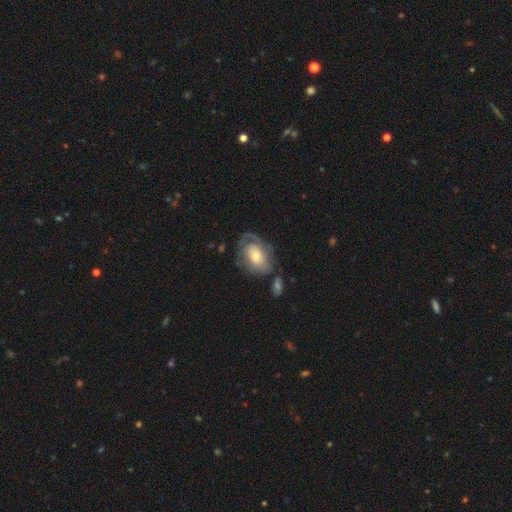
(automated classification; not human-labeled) A featured or disk galaxy (59%) with no bar (73%), spiral arms (73%) and a moderate central bulge (56%).

Vote fractions:
- Smooth or featured? featured or disk: 59% / smooth: 34% / star or artifact: 7%
- Edge-on disk? no: 95% / yes: 5%
- Bar? no: 73% / weak: 22% / strong: 4%
- Spiral arms? yes: 73% / no: 27%
- Bulge size? moderate: 56% / small: 26% / large: 14% / none: 2% / dominant: 2%
- Merging? none: 55% / minor disturbance: 23% / major disturbance: 16% / merger: 6%